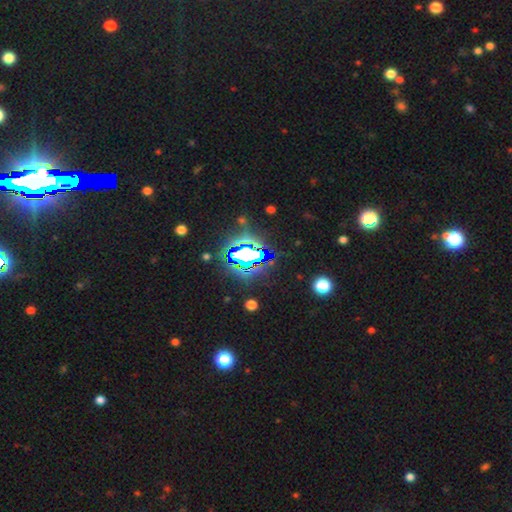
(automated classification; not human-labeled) Smooth or featured?
  - star or artifact: 79% *
  - smooth: 12%
  - featured or disk: 9%